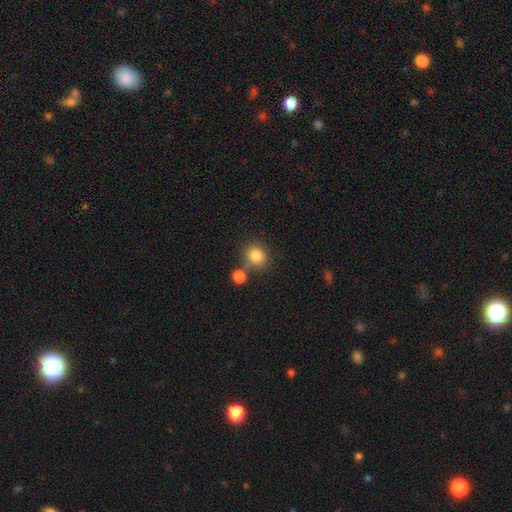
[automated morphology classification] The model was most divided on "merging": none: 65%, merger: 20%, minor disturbance: 11%, major disturbance: 4%. More confident: smooth or featured — smooth (83%); how rounded — round (81%).